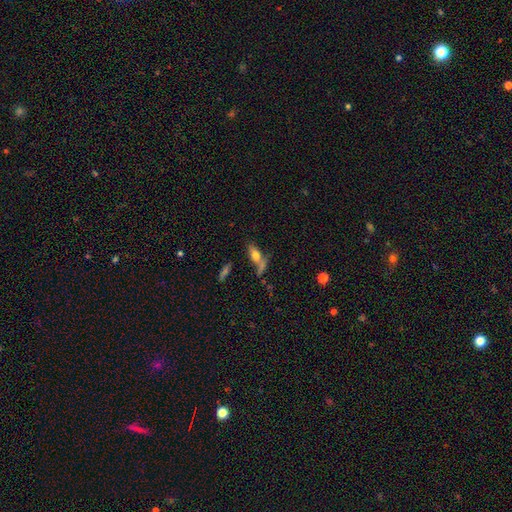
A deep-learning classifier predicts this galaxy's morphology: type=smooth (62%); roundness=in between (67%); merging=none (52%).